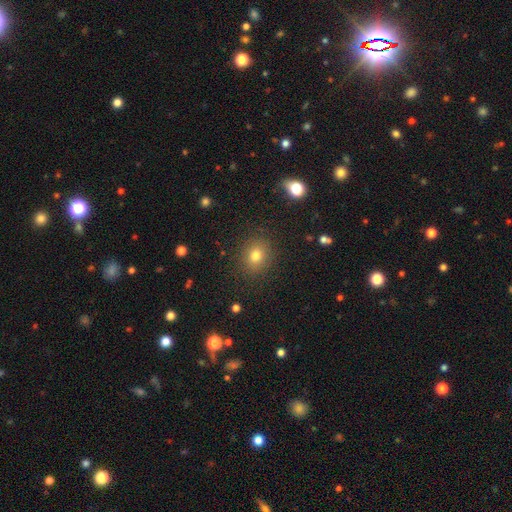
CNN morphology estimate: smooth_or_featured: smooth (p=0.76) [alt: star or artifact p=0.15]
how_rounded: round (p=0.70) [alt: in between p=0.29]
merging: none (p=0.88) [alt: minor disturbance p=0.08]